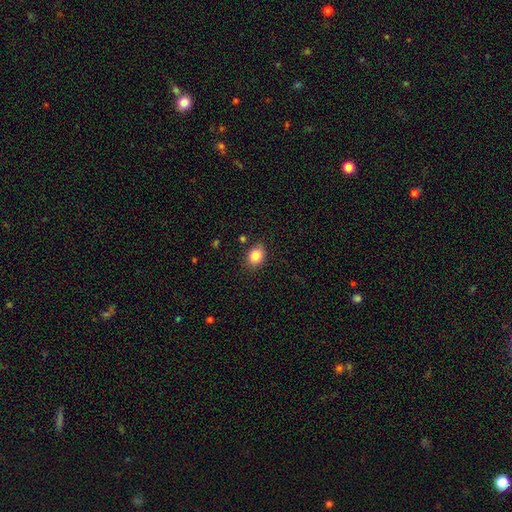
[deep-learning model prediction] A smooth galaxy with no disk features (83%) that is round (55%). Merging: none (82%).